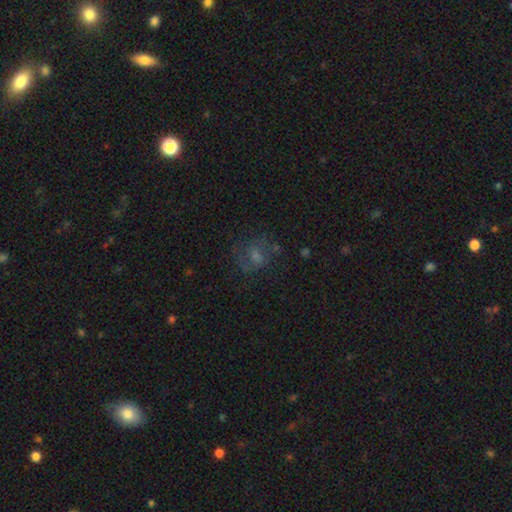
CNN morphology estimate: Smooth or featured? smooth (41%)
Merging? none (59%)